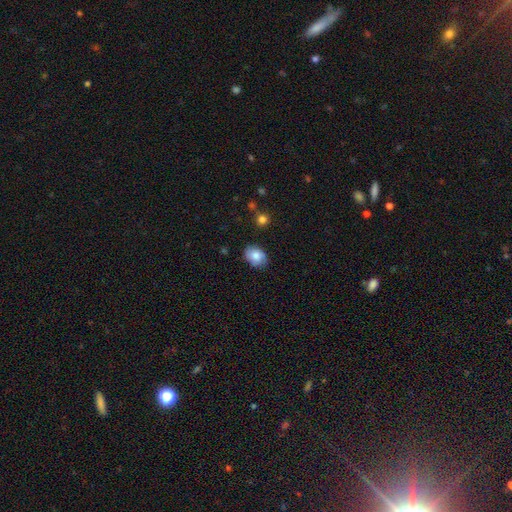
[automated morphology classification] smooth 79%, featured or disk 13%, star or artifact 8%. Down the decision tree: how rounded — in between (70%); merging — none (80%).